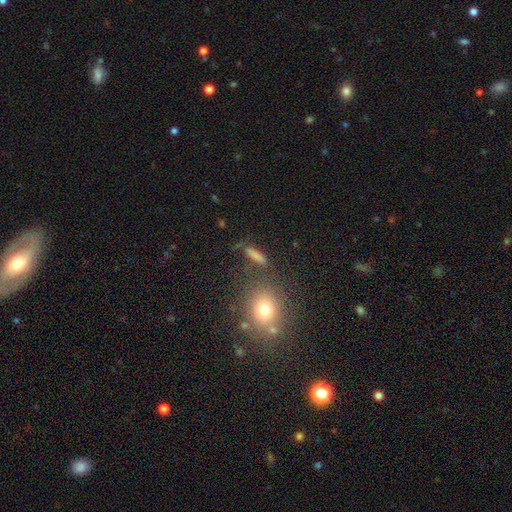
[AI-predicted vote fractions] This appears to be a smooth galaxy with no disk features (77%) that is cigar-shaped (69%). Merging: none (73%).